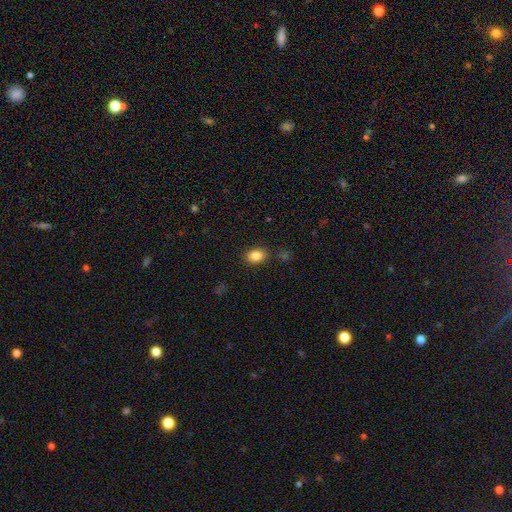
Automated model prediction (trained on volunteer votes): Q: Smooth or featured?
A: smooth (86%); runner-up: star or artifact (9%)
Q: How rounded?
A: in between (73%); runner-up: round (25%)
Q: Merging?
A: none (85%); runner-up: minor disturbance (10%)